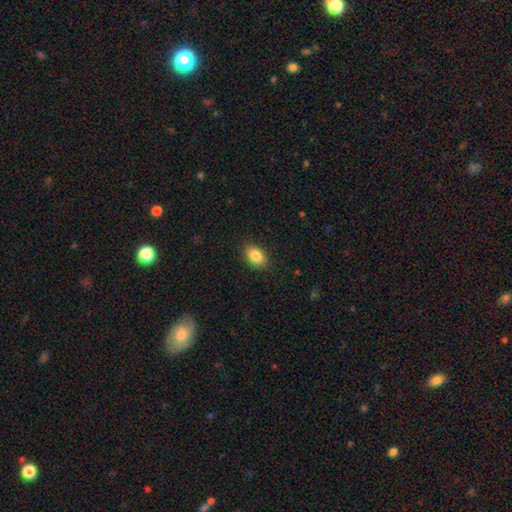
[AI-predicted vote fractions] This appears to be a smooth galaxy with no disk features (86%) that is in between round and cigar-shaped (86%). Merging: none (87%).